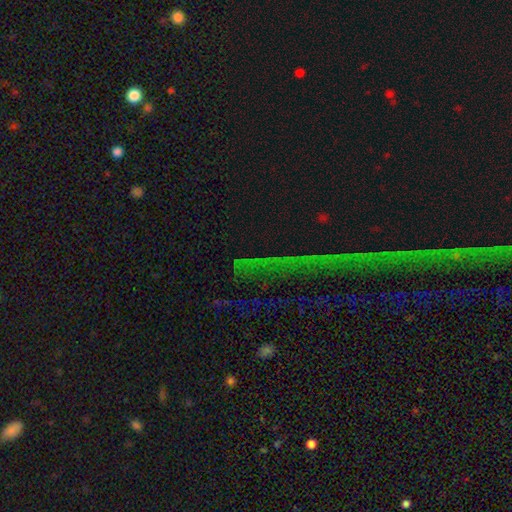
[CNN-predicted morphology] star or artifact 78%, smooth 11%, featured or disk 11%.